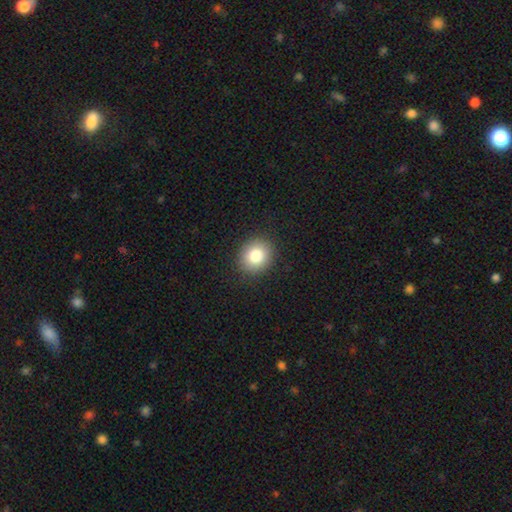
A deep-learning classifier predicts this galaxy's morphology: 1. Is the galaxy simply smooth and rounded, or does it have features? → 83% smooth, 10% star or artifact, 8% featured or disk.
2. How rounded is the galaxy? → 74% round, 25% in between, 1% cigar-shaped.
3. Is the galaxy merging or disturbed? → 90% none, 7% minor disturbance, 2% major disturbance, 1% merger.